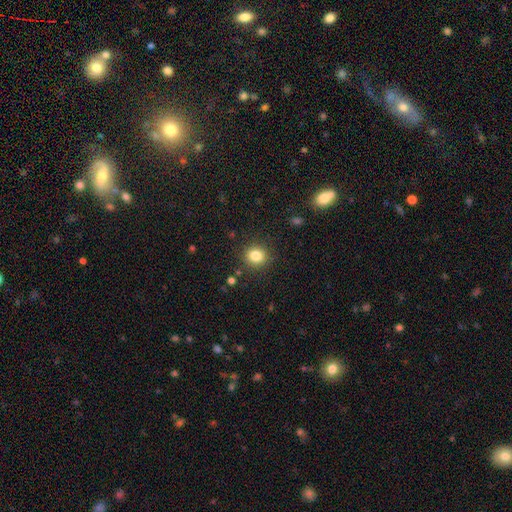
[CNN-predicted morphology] Overall: smooth (83%). How rounded: round (80%). Merging: none (88%).